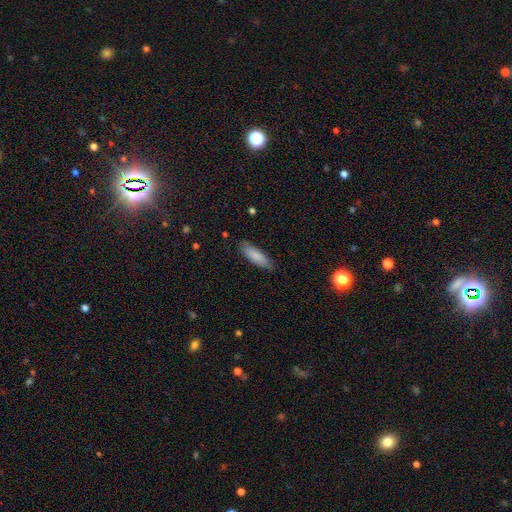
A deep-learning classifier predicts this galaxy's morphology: smooth-or-featured: smooth: 84% | featured or disk: 10% | star or artifact: 6%
  how-rounded: cigar-shaped: 54% | in between: 45% | round: 1%
  merging: none: 83% | minor disturbance: 13% | major disturbance: 2% | merger: 1%